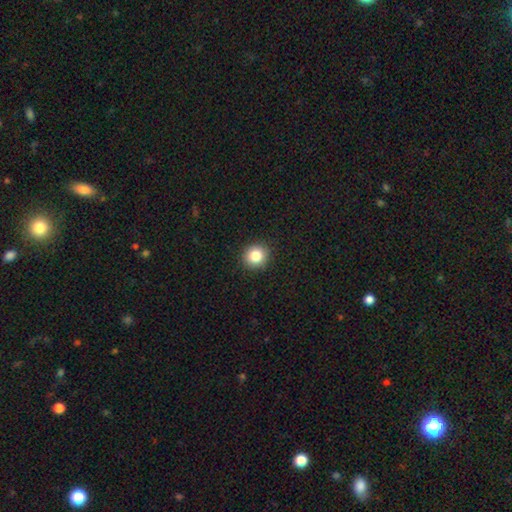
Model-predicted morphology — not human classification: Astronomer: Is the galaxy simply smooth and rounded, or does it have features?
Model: smooth — 84%.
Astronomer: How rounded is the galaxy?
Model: round — 89%.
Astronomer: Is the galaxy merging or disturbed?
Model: none — 92%.